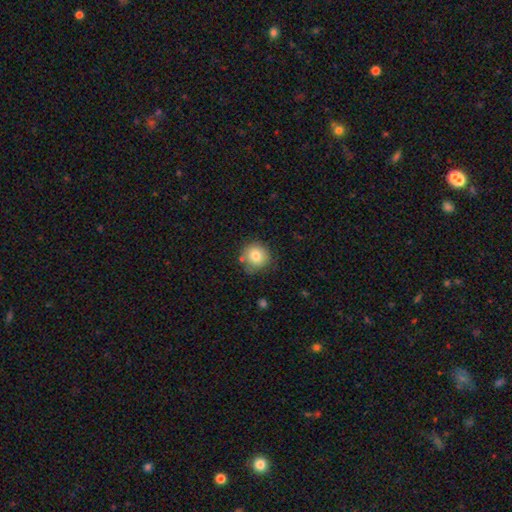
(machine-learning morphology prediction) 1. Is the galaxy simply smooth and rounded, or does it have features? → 80% smooth, 10% star or artifact, 10% featured or disk.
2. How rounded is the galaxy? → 91% round, 8% in between, 1% cigar-shaped.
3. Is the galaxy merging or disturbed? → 77% none, 15% minor disturbance, 4% merger, 4% major disturbance.